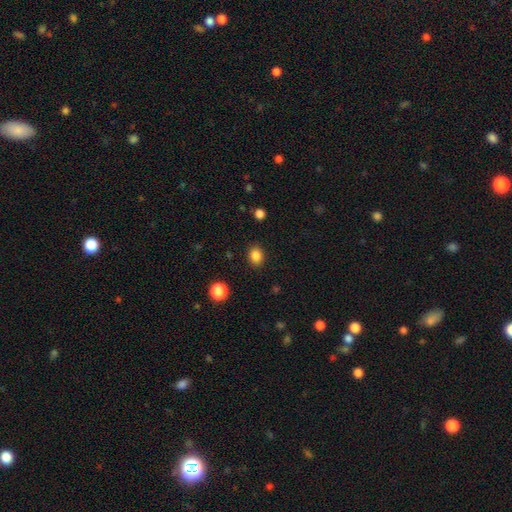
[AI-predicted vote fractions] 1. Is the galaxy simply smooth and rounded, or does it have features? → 85% smooth, 11% star or artifact, 4% featured or disk.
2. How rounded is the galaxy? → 51% round, 48% in between, 1% cigar-shaped.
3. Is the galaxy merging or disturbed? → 88% none, 8% minor disturbance, 2% major disturbance, 1% merger.